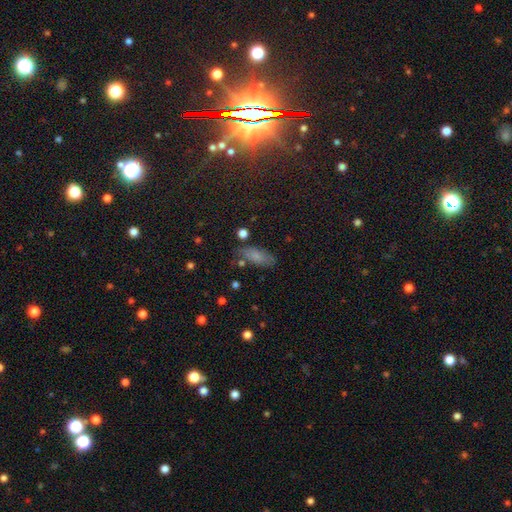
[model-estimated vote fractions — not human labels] The model was most divided on "merging": none: 69%, minor disturbance: 20%, major disturbance: 6%, merger: 5%. More confident: how rounded — in between (80%); smooth or featured — smooth (76%).